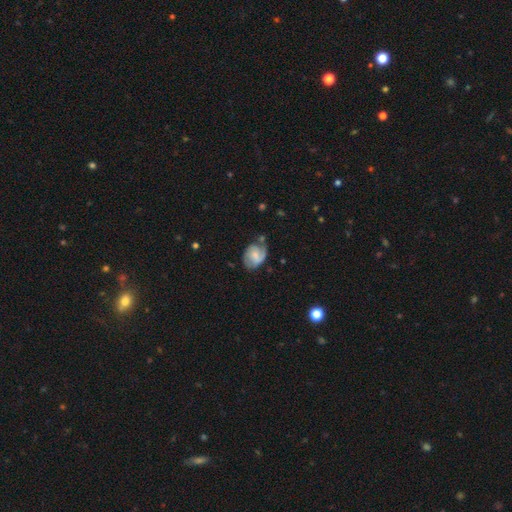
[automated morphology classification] Smooth or featured? featured or disk (67%)
Edge-on disk? no (97%)
Bar? weak (50%)
Spiral arms? yes (91%)
Spiral winding? medium (45%)
Spiral arm count? 2 (72%)
Bulge size? small (49%)
Merging? none (57%)